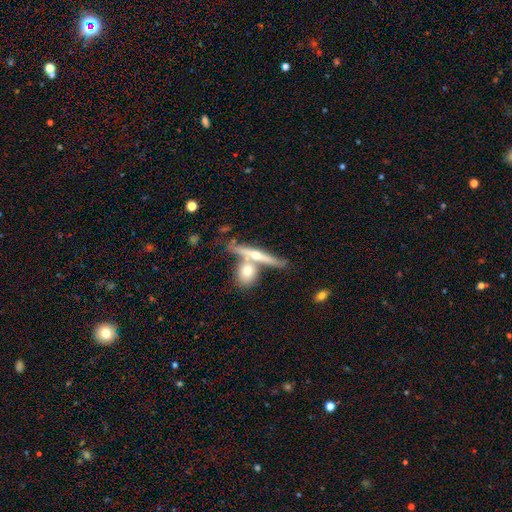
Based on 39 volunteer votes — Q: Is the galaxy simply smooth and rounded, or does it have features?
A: featured or disk — 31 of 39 (79%).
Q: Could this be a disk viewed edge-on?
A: yes — 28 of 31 (90%).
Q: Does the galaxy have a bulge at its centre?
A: rounded — 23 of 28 (82%).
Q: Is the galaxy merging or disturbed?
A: none — 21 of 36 (58%).